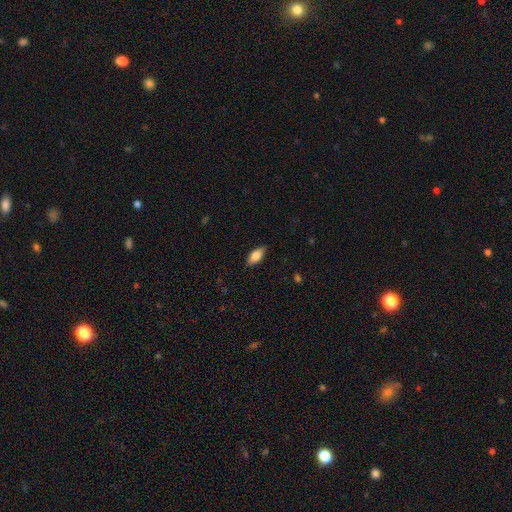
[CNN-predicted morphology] type=smooth (79%); roundness=in between (87%); merging=none (83%).